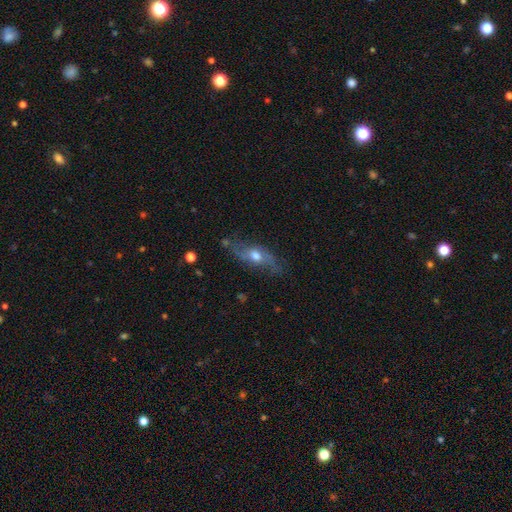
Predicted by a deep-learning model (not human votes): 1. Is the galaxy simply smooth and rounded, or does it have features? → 62% featured or disk, 29% smooth, 8% star or artifact.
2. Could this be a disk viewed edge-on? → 68% no, 32% yes.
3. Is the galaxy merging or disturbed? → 67% none, 22% minor disturbance, 8% major disturbance, 3% merger.